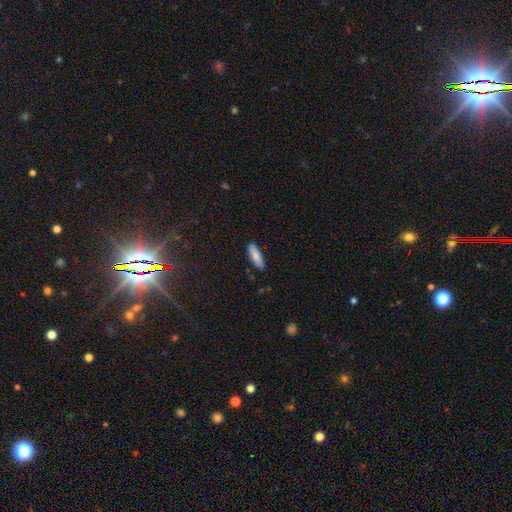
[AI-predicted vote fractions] A smooth galaxy with no disk features (84%) that is cigar-shaped (53%). Merging: none (88%).